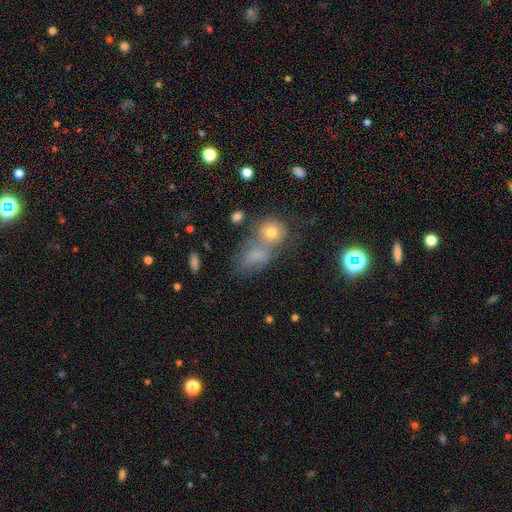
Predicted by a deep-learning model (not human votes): This appears to be a smooth galaxy with no disk features (69%) that is in between round and cigar-shaped (70%). Merging: merger (45%).